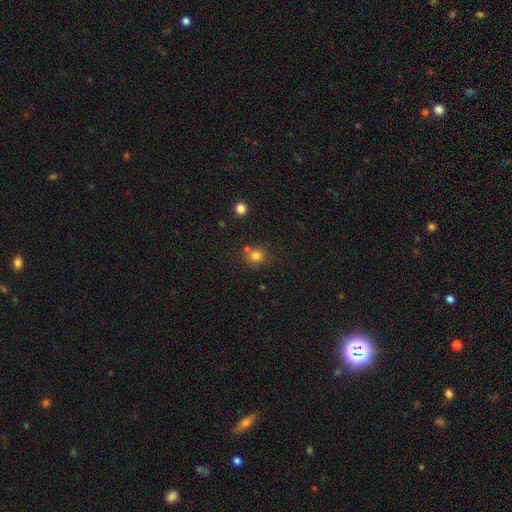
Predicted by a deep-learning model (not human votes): The model was most divided on "merging": none: 68%, merger: 17%, minor disturbance: 11%, major disturbance: 4%. More confident: how rounded — round (81%); smooth or featured — smooth (79%).